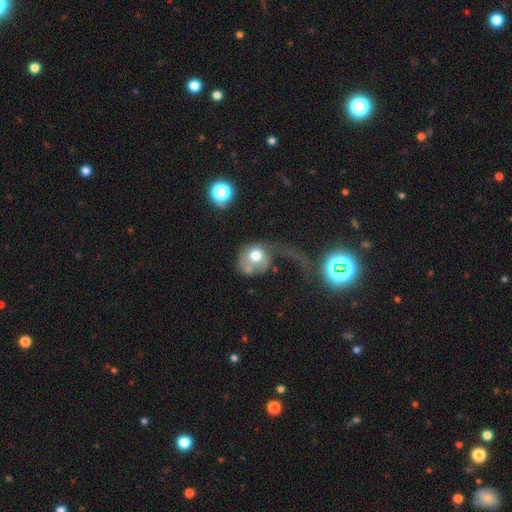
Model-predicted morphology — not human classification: A smooth galaxy with no disk features (59%) that is round (70%). Merging: major disturbance (51%).